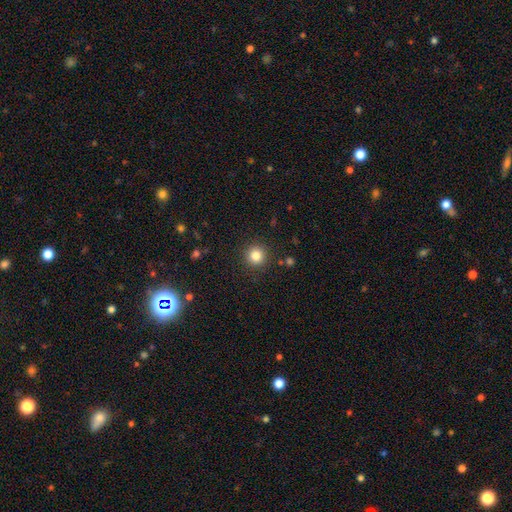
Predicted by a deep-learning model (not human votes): This appears to be a smooth galaxy with no disk features (83%) that is round (95%). Merging: none (91%).